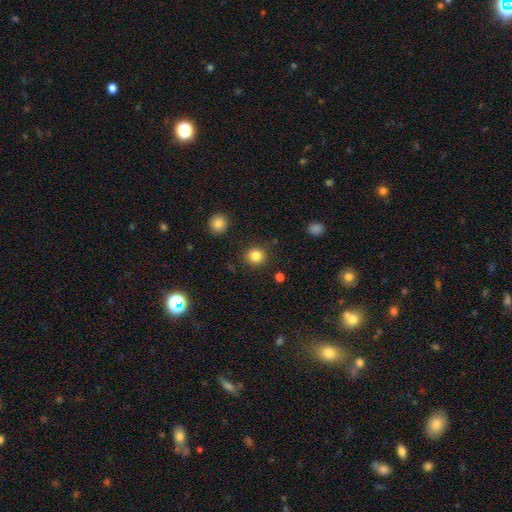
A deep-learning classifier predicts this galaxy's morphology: A smooth galaxy with no disk features (84%) that is round (88%).

Vote fractions:
- Smooth or featured? smooth: 84% / star or artifact: 11% / featured or disk: 5%
- How rounded? round: 88% / in between: 11% / cigar-shaped: 1%
- Merging? none: 89% / minor disturbance: 7% / major disturbance: 3% / merger: 2%